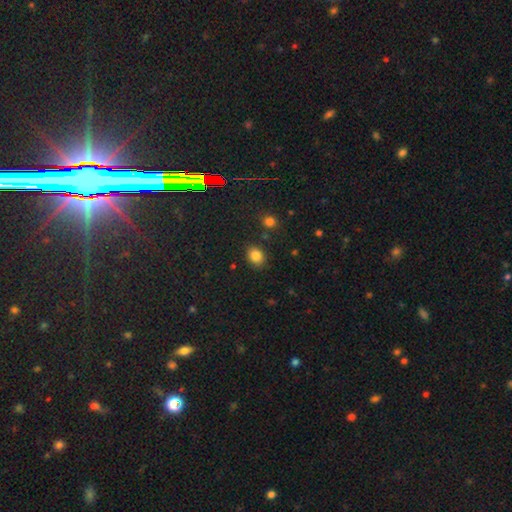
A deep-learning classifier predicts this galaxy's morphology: Q: Smooth or featured?
A: smooth (82%); runner-up: star or artifact (12%)
Q: How rounded?
A: in between (54%); runner-up: round (45%)
Q: Merging?
A: none (83%); runner-up: minor disturbance (11%)